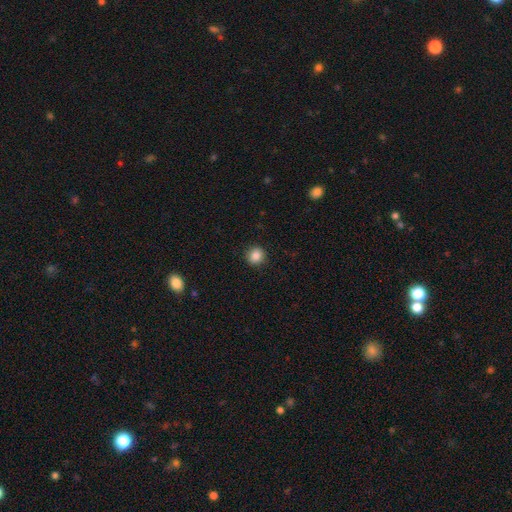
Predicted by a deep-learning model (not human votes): This is clearly a smooth galaxy (86%). How rounded: clearly round (92%). Merging: clearly none (91%).